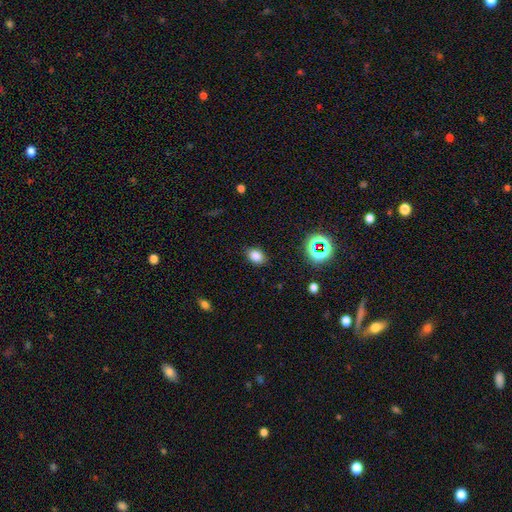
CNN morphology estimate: Smooth or featured? Predicted: smooth (p=0.81). How rounded? Predicted: in between (p=0.72). Merging? Predicted: none (p=0.86).